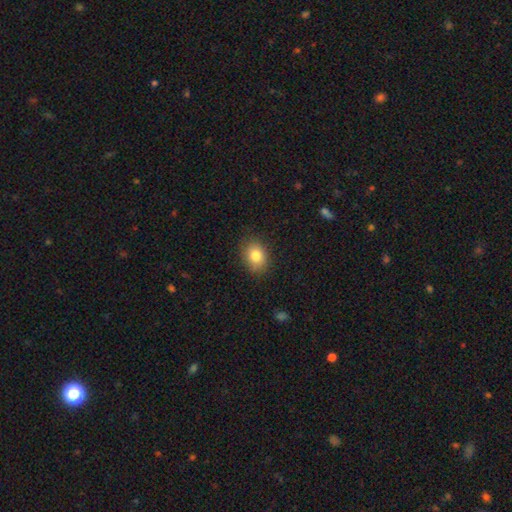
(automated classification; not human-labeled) This is clearly a smooth galaxy (82%). How rounded: likely in between (61%). Merging: clearly none (86%).